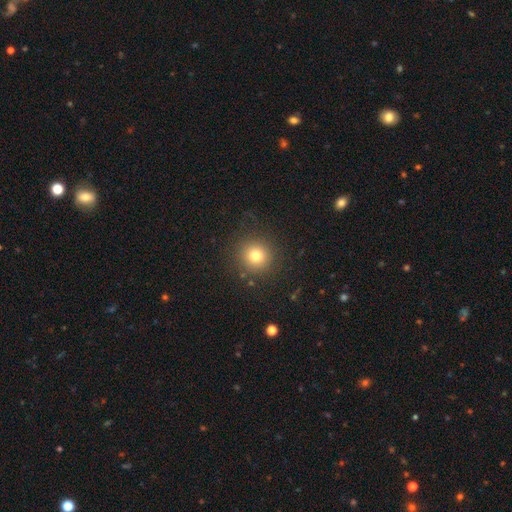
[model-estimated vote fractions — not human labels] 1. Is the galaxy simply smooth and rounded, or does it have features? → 77% smooth, 14% star or artifact, 9% featured or disk.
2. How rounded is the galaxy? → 93% round, 6% in between, 1% cigar-shaped.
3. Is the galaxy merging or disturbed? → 88% none, 7% minor disturbance, 4% major disturbance, 1% merger.